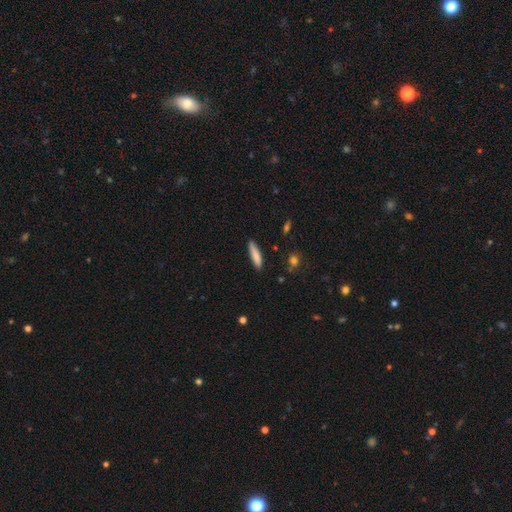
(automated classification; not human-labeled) smooth-or-featured: smooth: 83% | featured or disk: 10% | star or artifact: 7%
  how-rounded: cigar-shaped: 81% | in between: 17% | round: 1%
  merging: none: 85% | minor disturbance: 11% | major disturbance: 2% | merger: 2%